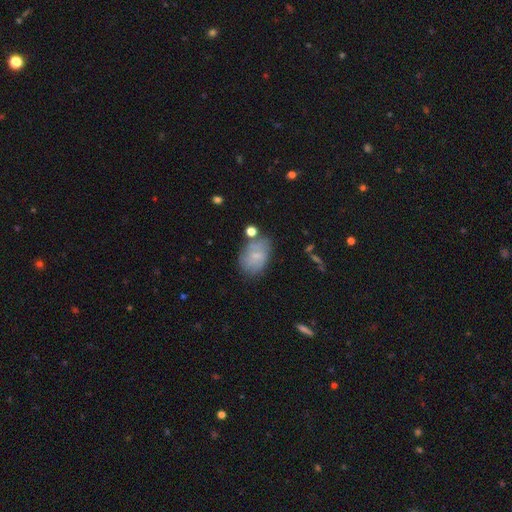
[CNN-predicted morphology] Smooth or featured?
  - smooth: 58% *
  - featured or disk: 32%
  - star or artifact: 10%
How rounded?
  - in between: 80% *
  - round: 19%
  - cigar-shaped: 2%
Merging?
  - none: 59% *
  - minor disturbance: 24%
  - merger: 8%
  - major disturbance: 8%